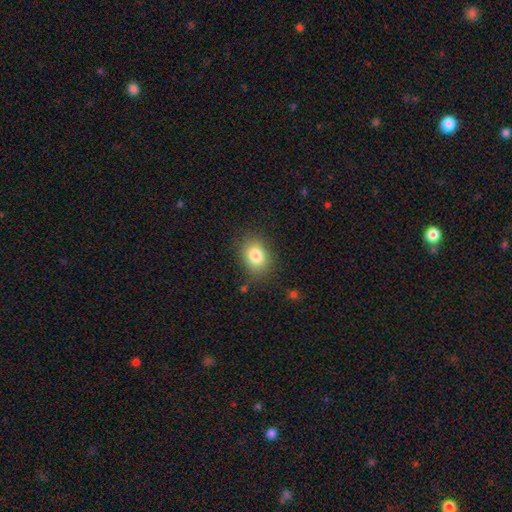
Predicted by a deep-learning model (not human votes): Smooth or featured? Predicted: smooth (p=0.82). How rounded? Predicted: in between (p=0.61). Merging? Predicted: none (p=0.82).